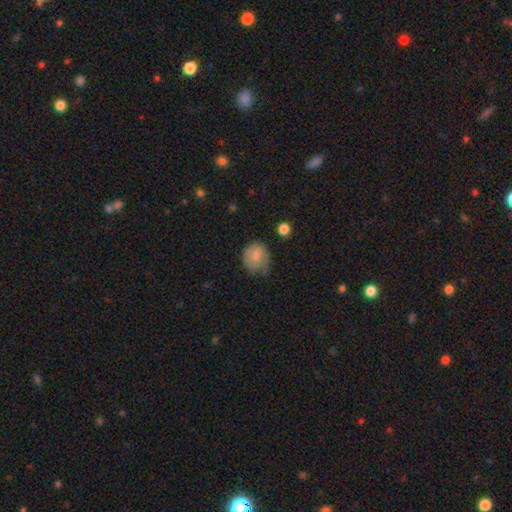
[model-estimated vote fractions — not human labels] smooth_or_featured: smooth (p=0.72) [alt: featured or disk p=0.21]
how_rounded: round (p=0.68) [alt: in between p=0.31]
merging: none (p=0.48) [alt: minor disturbance p=0.36]